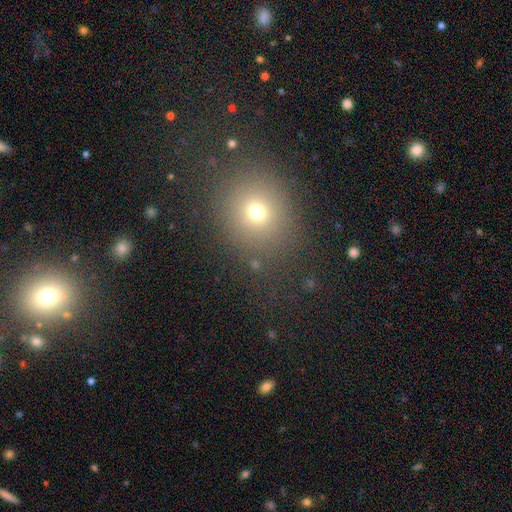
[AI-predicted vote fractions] Q: Smooth or featured?
A: smooth (62%); runner-up: star or artifact (30%)
Q: How rounded?
A: round (74%); runner-up: in between (25%)
Q: Merging?
A: none (83%); runner-up: minor disturbance (9%)